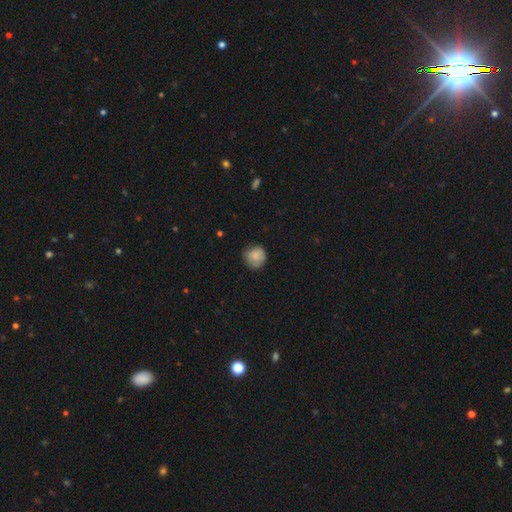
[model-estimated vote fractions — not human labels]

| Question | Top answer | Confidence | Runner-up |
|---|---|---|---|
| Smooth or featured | smooth | 83% | featured or disk (10%) |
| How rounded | round | 88% | in between (11%) |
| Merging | none | 73% | minor disturbance (21%) |